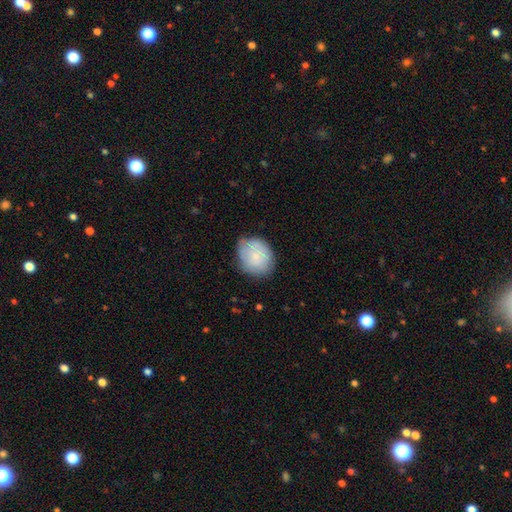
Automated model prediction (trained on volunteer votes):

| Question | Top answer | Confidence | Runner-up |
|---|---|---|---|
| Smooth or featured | smooth | 71% | featured or disk (22%) |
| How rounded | round | 59% | in between (40%) |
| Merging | none | 63% | minor disturbance (28%) |